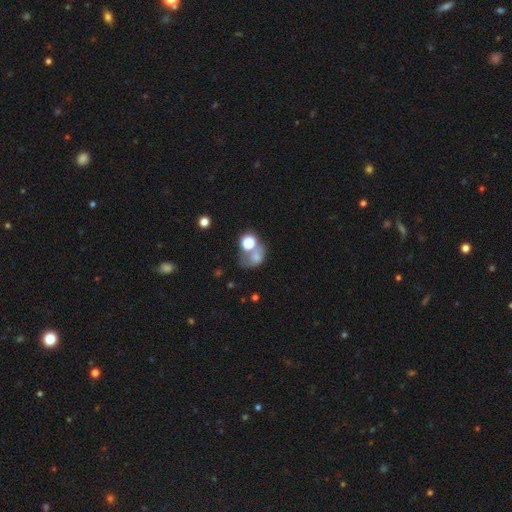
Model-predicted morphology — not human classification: A smooth galaxy with no disk features (59%) that is in between round and cigar-shaped (53%). Merging: merger (37%).